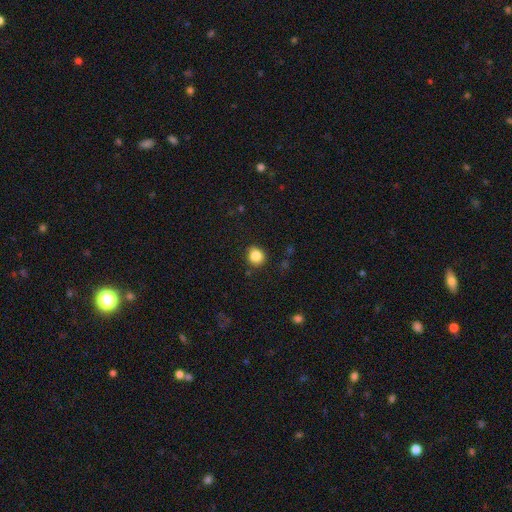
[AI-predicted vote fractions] The model was most divided on "how rounded": round: 83%, in between: 16%, cigar-shaped: 1%. More confident: smooth or featured — smooth (85%); merging — none (84%).